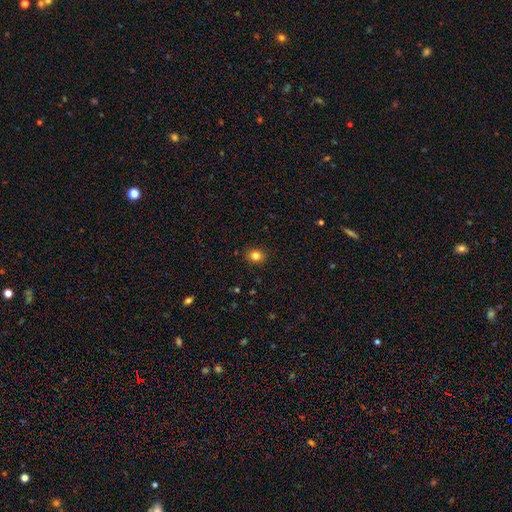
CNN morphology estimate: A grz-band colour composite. It shows a smooth galaxy with no disk features (82%) that is round (68%). Merging: none (90%).